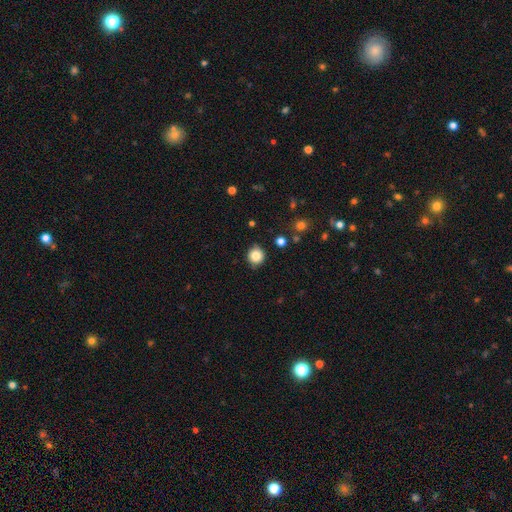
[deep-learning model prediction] This is clearly a smooth galaxy (84%). How rounded: clearly round (91%). Merging: clearly none (86%).